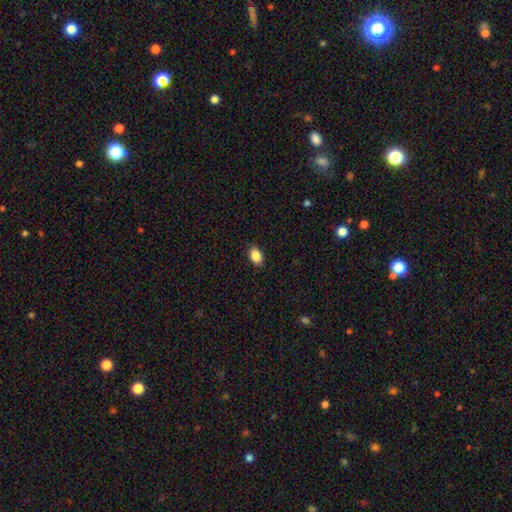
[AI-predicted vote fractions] smooth 87%, star or artifact 8%, featured or disk 4%. Down the decision tree: how rounded — in between (84%); merging — none (88%).